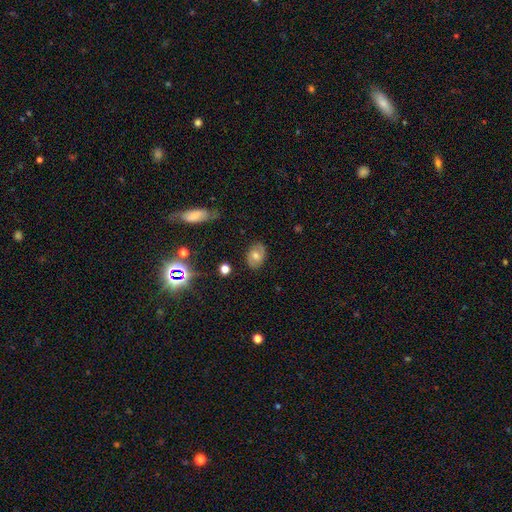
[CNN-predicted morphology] Smooth or featured?
  - smooth: 52% *
  - featured or disk: 34%
  - star or artifact: 14%
How rounded?
  - in between: 75% *
  - round: 24%
  - cigar-shaped: 1%
Merging?
  - none: 80% *
  - minor disturbance: 14%
  - major disturbance: 4%
  - merger: 1%